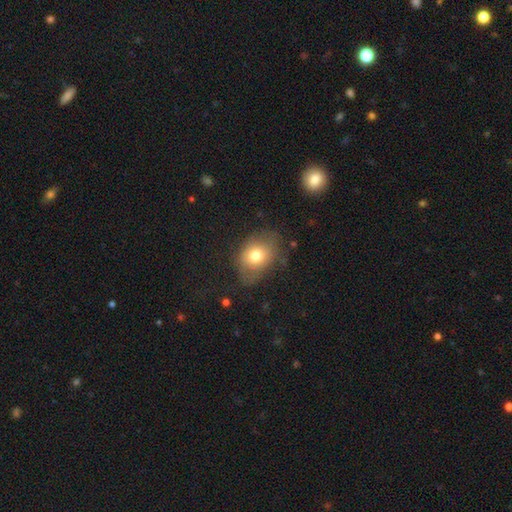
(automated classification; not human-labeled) Smooth or featured? Predicted: smooth (p=0.73). How rounded? Predicted: in between (p=0.63). Merging? Predicted: none (p=0.59).